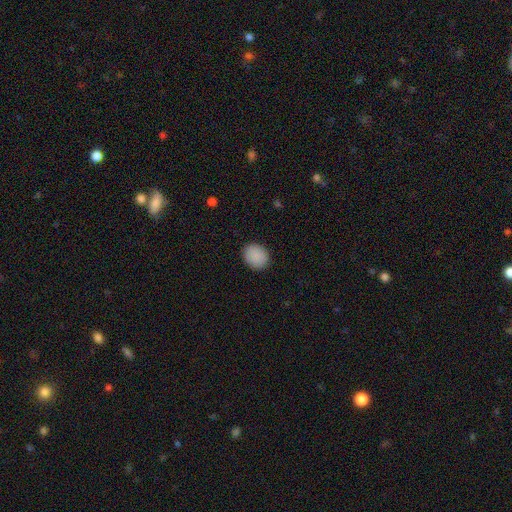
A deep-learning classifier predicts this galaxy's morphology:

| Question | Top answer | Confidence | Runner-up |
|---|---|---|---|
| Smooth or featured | smooth | 90% | star or artifact (8%) |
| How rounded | round | 60% | in between (39%) |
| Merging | none | 89% | minor disturbance (8%) |